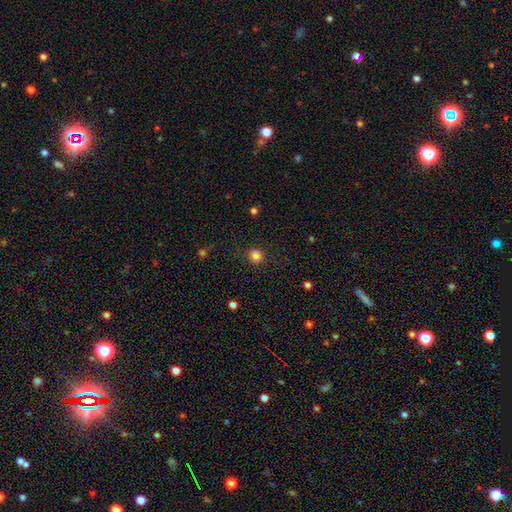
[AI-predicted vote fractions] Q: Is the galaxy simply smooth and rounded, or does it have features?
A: smooth — 82%.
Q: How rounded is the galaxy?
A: round — 85%.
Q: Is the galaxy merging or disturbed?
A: none — 84%.